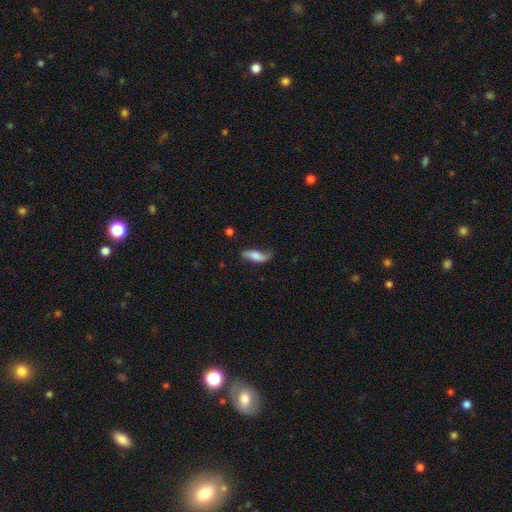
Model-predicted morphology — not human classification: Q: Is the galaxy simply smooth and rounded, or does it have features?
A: smooth — 52%.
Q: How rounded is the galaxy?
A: in between — 66%.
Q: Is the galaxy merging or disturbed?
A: none — 63%.